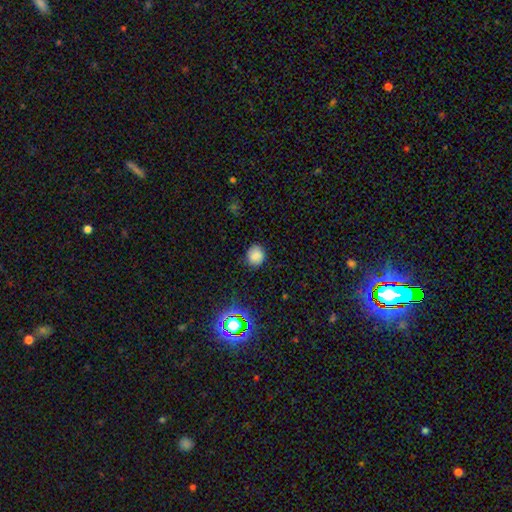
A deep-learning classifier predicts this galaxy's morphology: Q: Smooth or featured?
A: smooth (80%); runner-up: star or artifact (14%)
Q: How rounded?
A: round (82%); runner-up: in between (17%)
Q: Merging?
A: none (85%); runner-up: minor disturbance (11%)